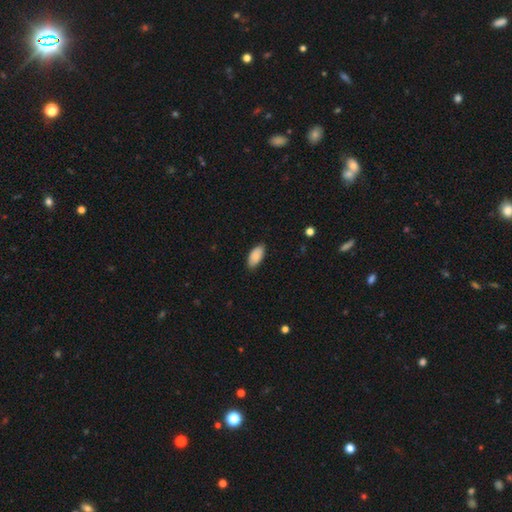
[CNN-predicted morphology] Smooth or featured? smooth (88%)
How rounded? in between (93%)
Merging? none (86%)